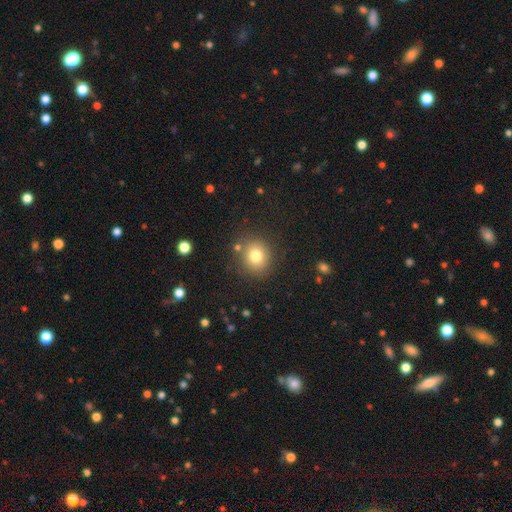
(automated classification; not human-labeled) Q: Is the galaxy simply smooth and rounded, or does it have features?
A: smooth — 78%.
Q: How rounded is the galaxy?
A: round — 83%.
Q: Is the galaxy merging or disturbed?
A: none — 83%.